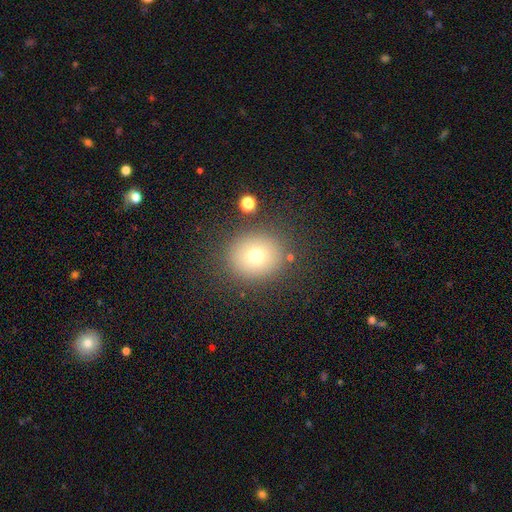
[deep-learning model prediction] smooth_or_featured: smooth (p=0.71) [alt: star or artifact p=0.15]
how_rounded: round (p=0.78) [alt: in between p=0.21]
merging: none (p=0.84) [alt: minor disturbance p=0.09]